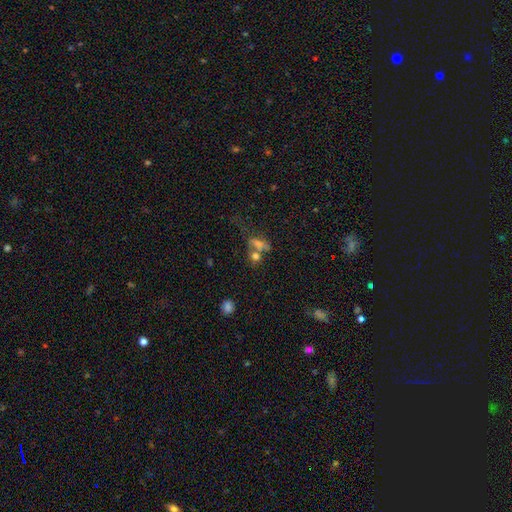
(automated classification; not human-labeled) Smooth or featured: smooth — 60% (star or artifact — 20%)
How rounded: in between — 59% (round — 30%)
Merging: merger — 45% (none — 30%)